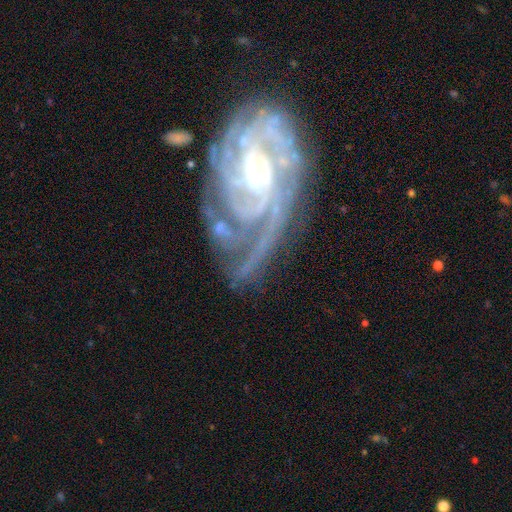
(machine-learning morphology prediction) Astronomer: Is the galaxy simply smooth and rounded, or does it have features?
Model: featured or disk — 89%.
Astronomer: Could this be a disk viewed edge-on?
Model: no — 96%.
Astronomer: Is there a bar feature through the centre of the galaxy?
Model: no — 54% (runner-up: weak, 31%).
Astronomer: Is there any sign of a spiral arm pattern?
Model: yes — 98%.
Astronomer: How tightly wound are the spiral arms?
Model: tight — 70%.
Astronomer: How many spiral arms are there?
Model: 4 — 25% (runner-up: can't tell, 22%).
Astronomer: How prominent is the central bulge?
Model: small — 71%.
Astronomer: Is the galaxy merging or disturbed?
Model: none — 61%.